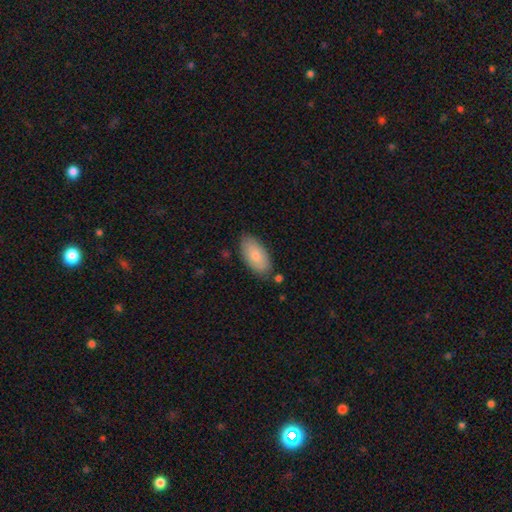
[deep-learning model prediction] This appears to be a smooth galaxy with no disk features (81%) that is in between round and cigar-shaped (94%). Merging: none (79%).